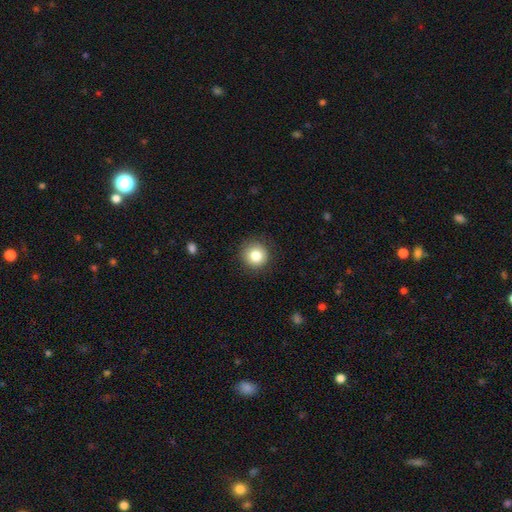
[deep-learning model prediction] Smooth or featured?
  - smooth: 82% *
  - star or artifact: 10%
  - featured or disk: 8%
How rounded?
  - round: 94% *
  - in between: 5%
  - cigar-shaped: 1%
Merging?
  - none: 89% *
  - minor disturbance: 8%
  - major disturbance: 2%
  - merger: 1%